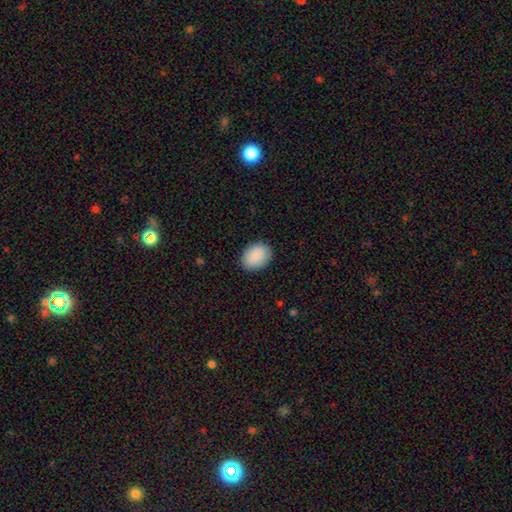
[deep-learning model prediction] smooth 90%, star or artifact 6%, featured or disk 4%. Down the decision tree: how rounded — in between (69%); merging — none (88%).